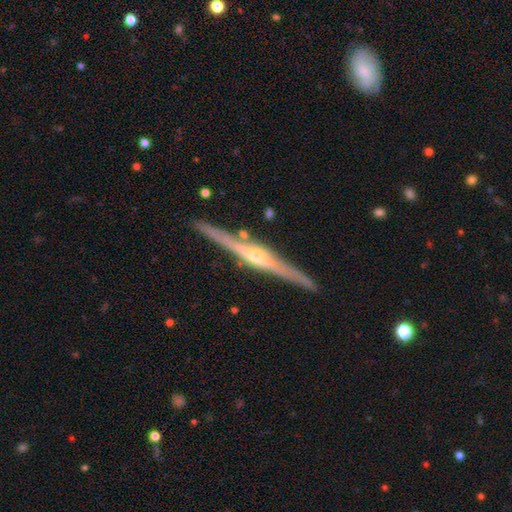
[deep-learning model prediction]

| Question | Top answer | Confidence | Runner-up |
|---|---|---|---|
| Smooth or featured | featured or disk | 86% | smooth (9%) |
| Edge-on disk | yes | 98% | no (2%) |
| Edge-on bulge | rounded | 85% | boxy (8%) |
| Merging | none | 89% | minor disturbance (7%) |